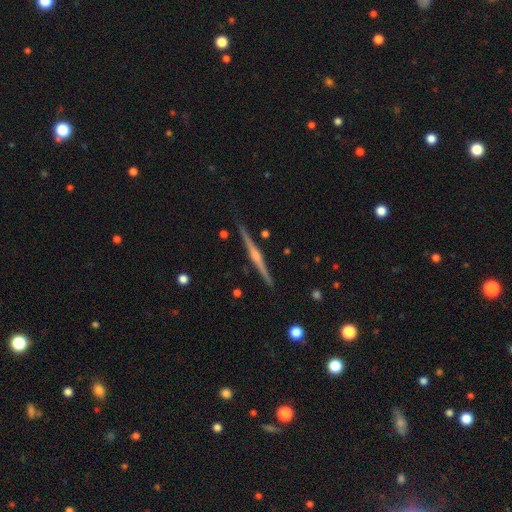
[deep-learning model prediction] A featured or disk galaxy (83%) viewed edge-on (99%) with a rounded central bulge (75%). Merging: none (92%).